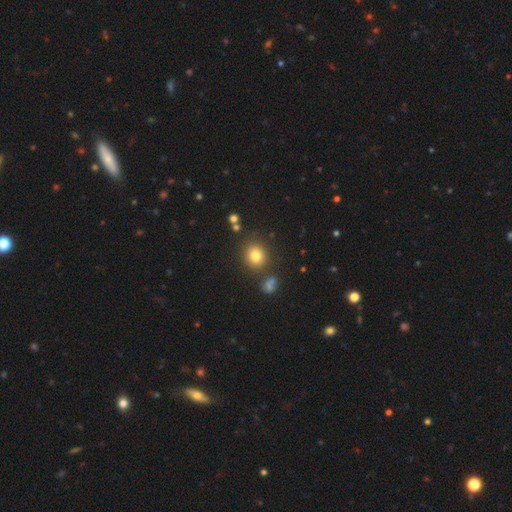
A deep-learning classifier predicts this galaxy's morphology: This appears to be a smooth galaxy with no disk features (80%) that is round (81%). Merging: none (82%).